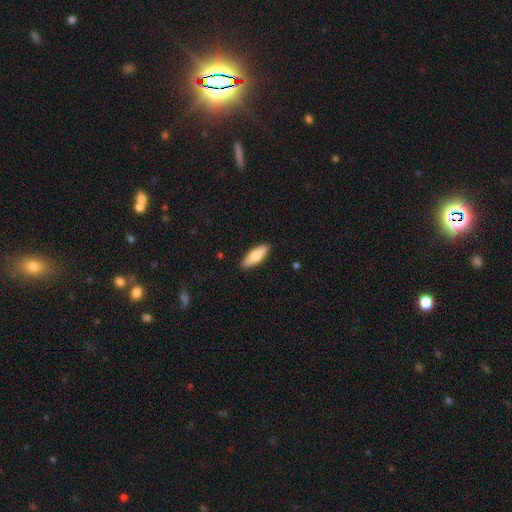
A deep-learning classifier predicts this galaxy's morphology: smooth_or_featured: smooth (p=0.71) [alt: featured or disk p=0.23]
how_rounded: in between (p=0.63) [alt: cigar-shaped p=0.35]
merging: none (p=0.89) [alt: minor disturbance p=0.08]